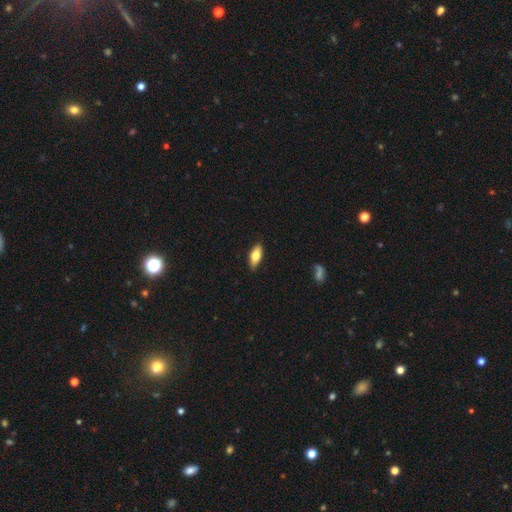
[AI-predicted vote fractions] smooth 73%, featured or disk 21%, star or artifact 6%. Down the decision tree: how rounded — in between (82%); merging — none (87%).